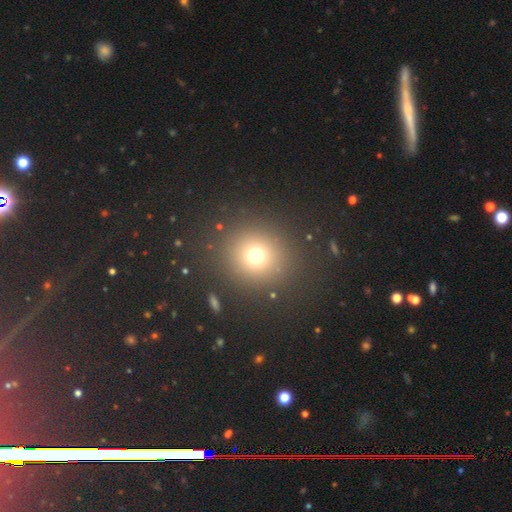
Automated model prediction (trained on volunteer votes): Q: Smooth or featured?
A: smooth (71%); runner-up: star or artifact (20%)
Q: How rounded?
A: round (90%); runner-up: in between (9%)
Q: Merging?
A: none (87%); runner-up: minor disturbance (7%)